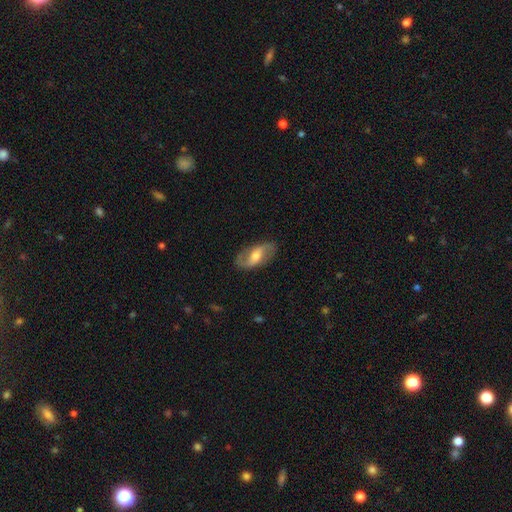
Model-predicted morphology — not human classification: Smooth or featured: featured or disk — 73% (smooth — 22%)
Edge-on disk: no — 93% (yes — 7%)
Bar: weak — 45% (no — 29%)
Spiral arms: yes — 88% (no — 12%)
Spiral winding: loose — 53% (medium — 35%)
Spiral arm count: 2 — 89% (can't tell — 5%)
Bulge size: moderate — 61% (small — 24%)
Merging: none — 81% (minor disturbance — 13%)